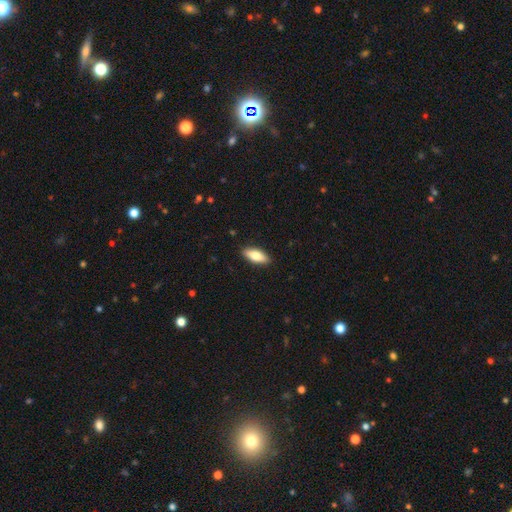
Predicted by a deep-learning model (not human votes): Morphology: type=smooth (77%); roundness=in between (71%); merging=none (90%).